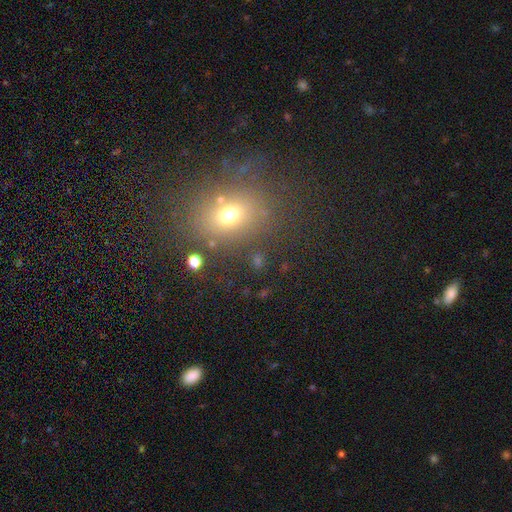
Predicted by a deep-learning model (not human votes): smooth-or-featured: smooth: 61% | star or artifact: 27% | featured or disk: 12%
  how-rounded: round: 52% | in between: 46% | cigar-shaped: 2%
  merging: none: 77% | minor disturbance: 12% | major disturbance: 6% | merger: 5%